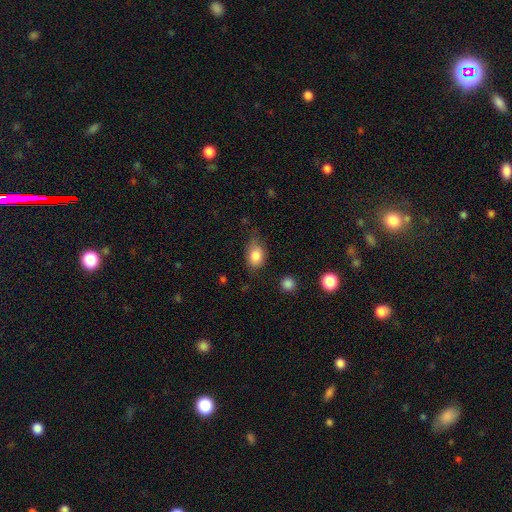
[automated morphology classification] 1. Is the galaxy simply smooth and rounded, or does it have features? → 83% smooth, 8% featured or disk, 8% star or artifact.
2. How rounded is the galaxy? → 78% in between, 20% round, 2% cigar-shaped.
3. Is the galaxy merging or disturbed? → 61% none, 29% minor disturbance, 7% major disturbance, 2% merger.